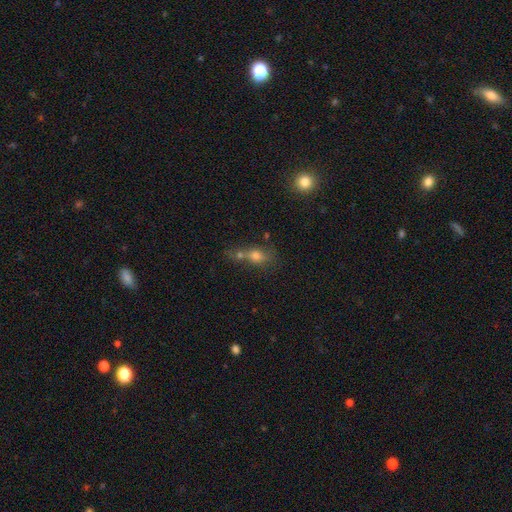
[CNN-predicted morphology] Overall: smooth (67%). How rounded: in between (50%; round 41%). Merging: merger (47%; none 33%).